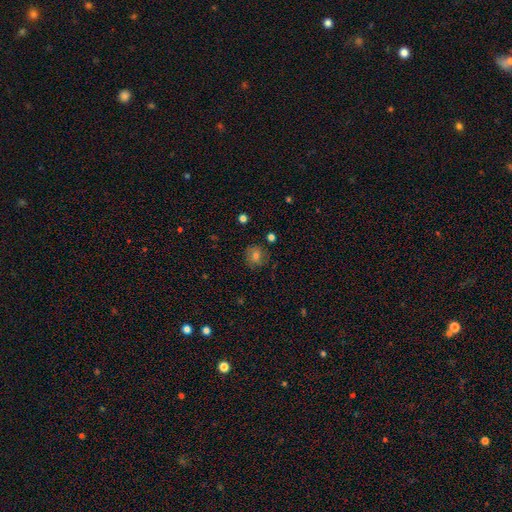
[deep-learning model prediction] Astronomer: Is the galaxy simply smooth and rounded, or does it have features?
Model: smooth — 73%.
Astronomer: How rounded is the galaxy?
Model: round — 86%.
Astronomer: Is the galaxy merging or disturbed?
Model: none — 81%.